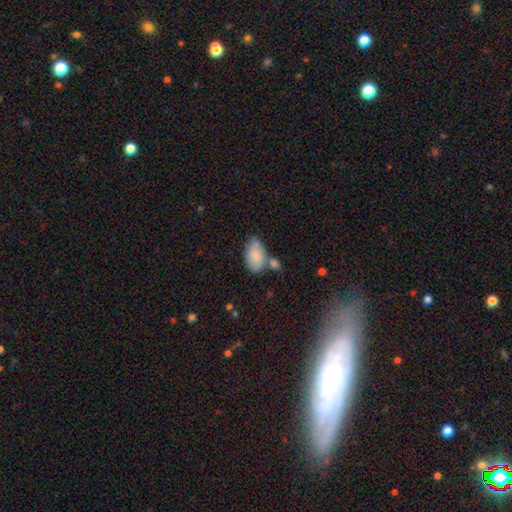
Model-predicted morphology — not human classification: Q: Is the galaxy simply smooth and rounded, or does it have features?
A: smooth — 79%.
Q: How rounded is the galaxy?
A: in between — 93%.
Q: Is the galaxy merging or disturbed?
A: none — 44%.